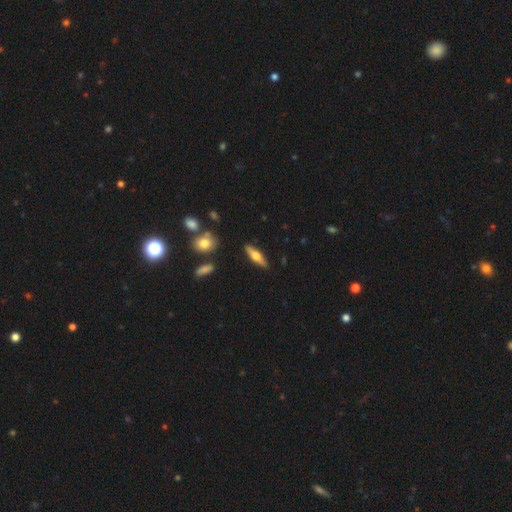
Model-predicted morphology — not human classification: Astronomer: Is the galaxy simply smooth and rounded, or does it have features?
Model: featured or disk — 53% (runner-up: smooth, 41%).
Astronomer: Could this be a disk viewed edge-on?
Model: yes — 93%.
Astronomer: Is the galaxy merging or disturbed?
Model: none — 87%.